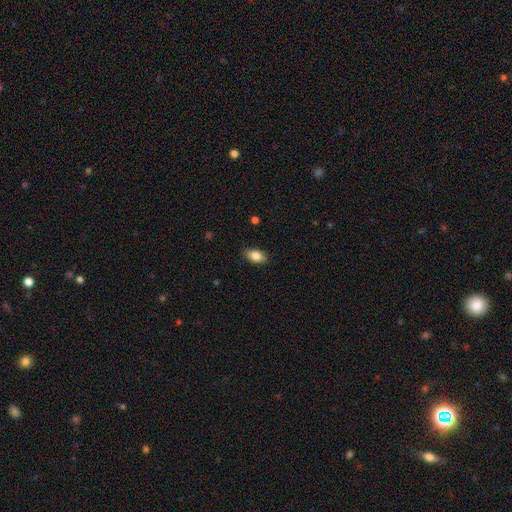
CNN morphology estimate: smooth 84%, featured or disk 8%, star or artifact 8%. Down the decision tree: how rounded — in between (89%); merging — none (85%).